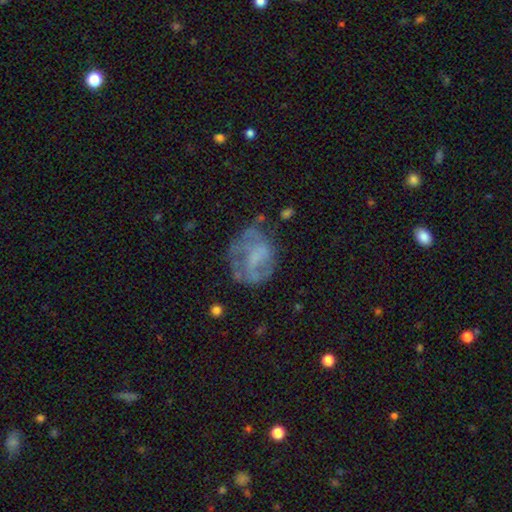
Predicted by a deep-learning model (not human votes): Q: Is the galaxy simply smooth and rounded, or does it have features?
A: featured or disk — 56%.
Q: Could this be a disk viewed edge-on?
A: no — 97%.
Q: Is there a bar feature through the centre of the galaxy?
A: no — 59%.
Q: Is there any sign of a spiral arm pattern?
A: no — 53%.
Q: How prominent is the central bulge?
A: none — 50%.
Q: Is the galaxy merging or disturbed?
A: none — 54%.